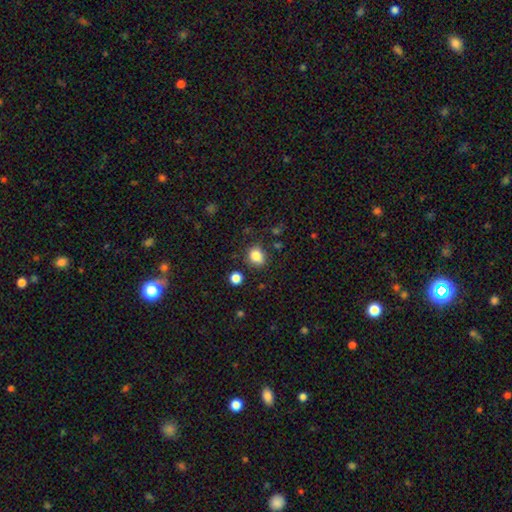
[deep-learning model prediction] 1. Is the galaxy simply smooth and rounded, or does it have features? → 83% smooth, 11% star or artifact, 6% featured or disk.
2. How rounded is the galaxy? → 58% round, 41% in between, 1% cigar-shaped.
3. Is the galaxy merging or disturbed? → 73% none, 17% minor disturbance, 5% merger, 4% major disturbance.